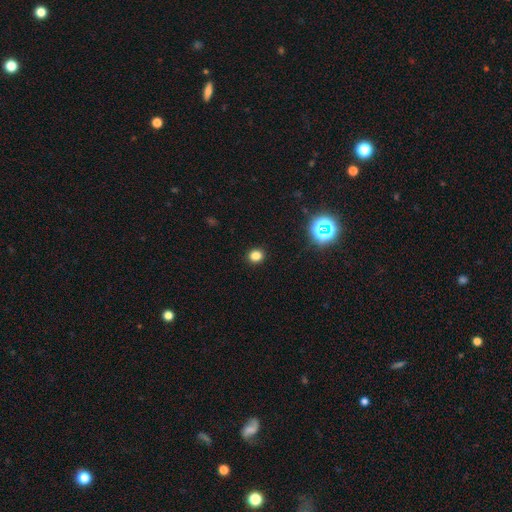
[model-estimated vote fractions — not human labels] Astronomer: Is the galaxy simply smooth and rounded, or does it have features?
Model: smooth — 81%.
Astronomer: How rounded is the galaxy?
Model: round — 79%.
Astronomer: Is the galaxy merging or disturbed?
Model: none — 92%.